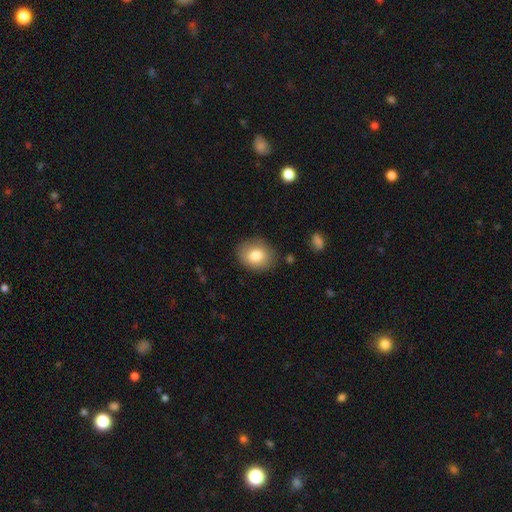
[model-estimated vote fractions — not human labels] The model was most divided on "how rounded": round: 52%, in between: 47%, cigar-shaped: 1%. More confident: merging — none (83%); smooth or featured — smooth (80%).